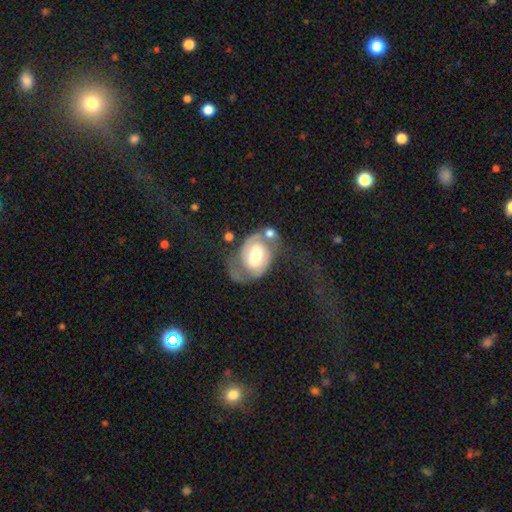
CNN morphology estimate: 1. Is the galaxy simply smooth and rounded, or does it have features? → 66% featured or disk, 28% smooth, 6% star or artifact.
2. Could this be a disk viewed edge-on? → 96% no, 4% yes.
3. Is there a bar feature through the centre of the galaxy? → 49% no, 38% weak, 13% strong.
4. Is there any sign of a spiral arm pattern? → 79% yes, 21% no.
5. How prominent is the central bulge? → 64% moderate, 18% large, 15% small, 2% dominant, 1% none.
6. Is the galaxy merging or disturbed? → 33% none, 27% major disturbance, 20% minor disturbance, 19% merger.